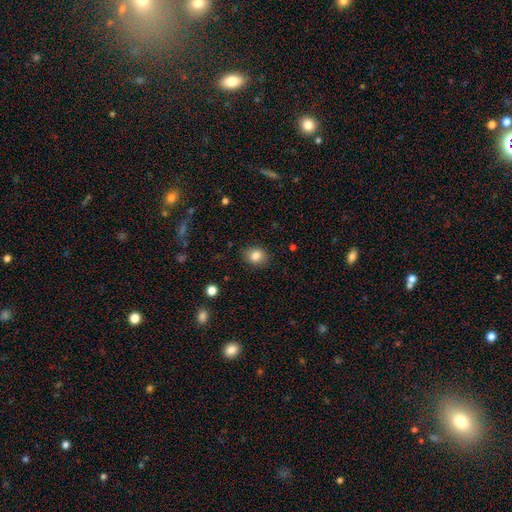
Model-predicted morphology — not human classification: Smooth or featured: smooth — 83% (star or artifact — 10%)
How rounded: round — 56% (in between — 43%)
Merging: none — 85% (minor disturbance — 11%)